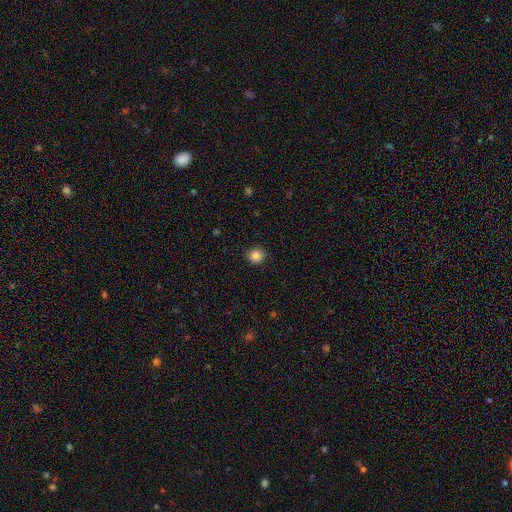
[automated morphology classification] smooth_or_featured: smooth (p=0.85) [alt: star or artifact p=0.10]
how_rounded: round (p=0.90) [alt: in between p=0.09]
merging: none (p=0.91) [alt: minor disturbance p=0.07]